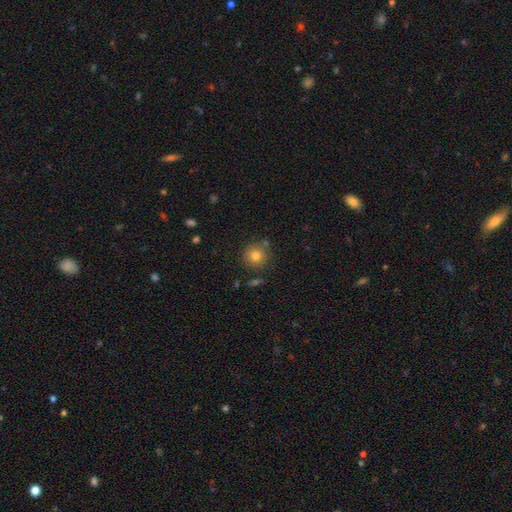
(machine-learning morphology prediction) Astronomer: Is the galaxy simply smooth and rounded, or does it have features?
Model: smooth — 80%.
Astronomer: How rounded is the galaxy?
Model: round — 93%.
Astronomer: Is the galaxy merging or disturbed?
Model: none — 82%.